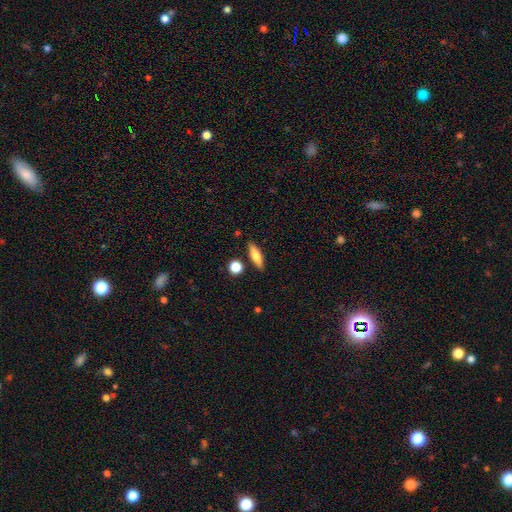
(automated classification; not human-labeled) This appears to be a smooth galaxy with no disk features (73%) that is cigar-shaped (56%). Merging: none (84%).